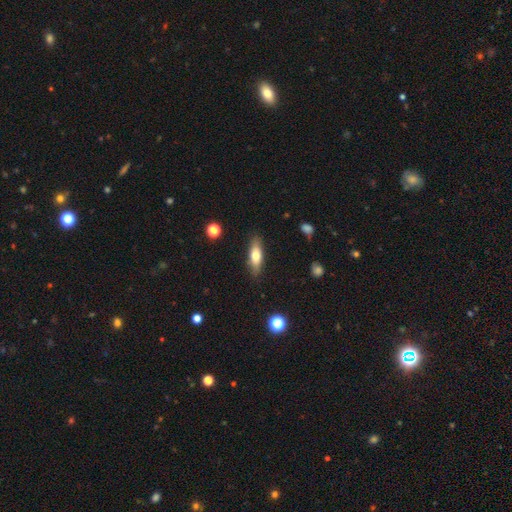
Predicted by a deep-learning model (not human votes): A smooth galaxy with no disk features (67%) that is in between round and cigar-shaped (55%).

Vote fractions:
- Smooth or featured? smooth: 67% / featured or disk: 27% / star or artifact: 7%
- How rounded? in between: 55% / cigar-shaped: 43% / round: 3%
- Merging? none: 86% / minor disturbance: 11% / major disturbance: 2% / merger: 1%